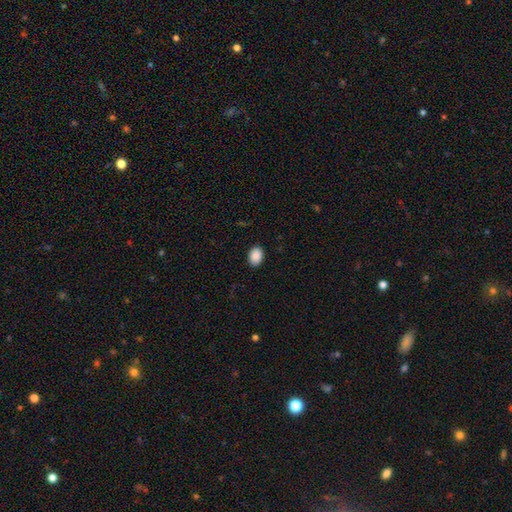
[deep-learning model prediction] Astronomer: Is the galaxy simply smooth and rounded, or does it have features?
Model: smooth — 90%.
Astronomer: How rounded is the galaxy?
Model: in between — 78%.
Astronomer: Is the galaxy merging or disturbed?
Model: none — 89%.